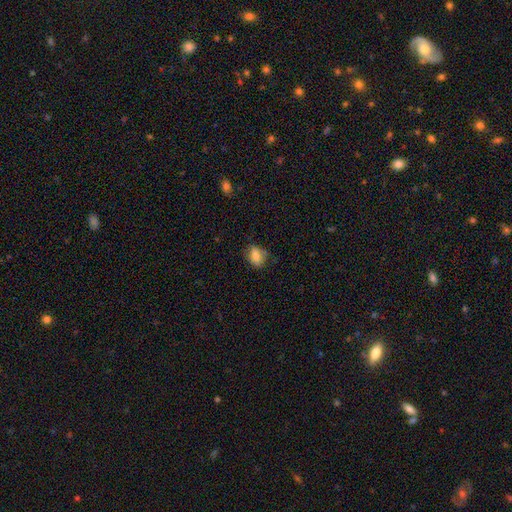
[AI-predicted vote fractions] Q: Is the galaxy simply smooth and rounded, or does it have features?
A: smooth — 77%.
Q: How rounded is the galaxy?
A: in between — 67%.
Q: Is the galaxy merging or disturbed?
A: none — 71%.